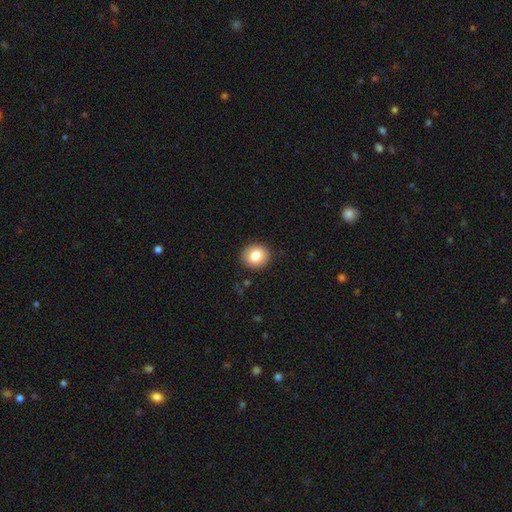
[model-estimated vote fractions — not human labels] smooth_or_featured: smooth (p=0.84) [alt: star or artifact p=0.09]
how_rounded: round (p=0.76) [alt: in between p=0.23]
merging: none (p=0.90) [alt: minor disturbance p=0.07]